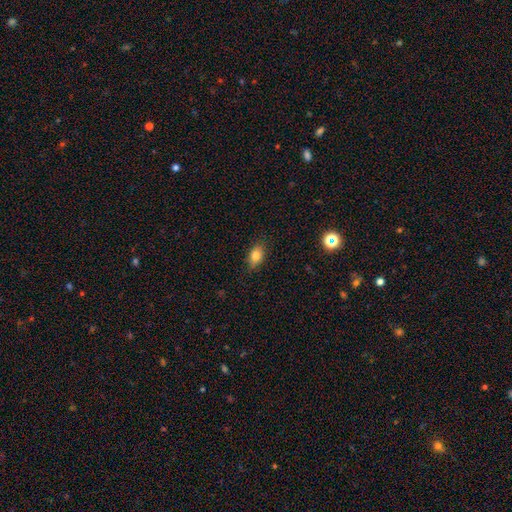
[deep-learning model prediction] smooth 80%, featured or disk 10%, star or artifact 10%. Down the decision tree: how rounded — in between (83%); merging — none (84%).